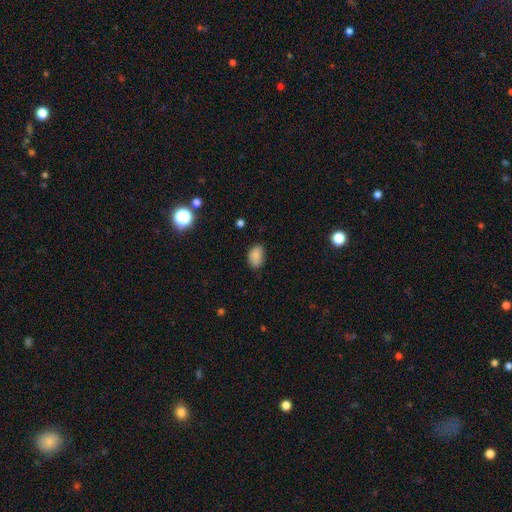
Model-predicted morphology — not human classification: A smooth galaxy with no disk features (85%) that is in between round and cigar-shaped (84%).

Vote fractions:
- Smooth or featured? smooth: 85% / star or artifact: 9% / featured or disk: 5%
- How rounded? in between: 84% / round: 15% / cigar-shaped: 1%
- Merging? none: 75% / minor disturbance: 20% / major disturbance: 3% / merger: 1%